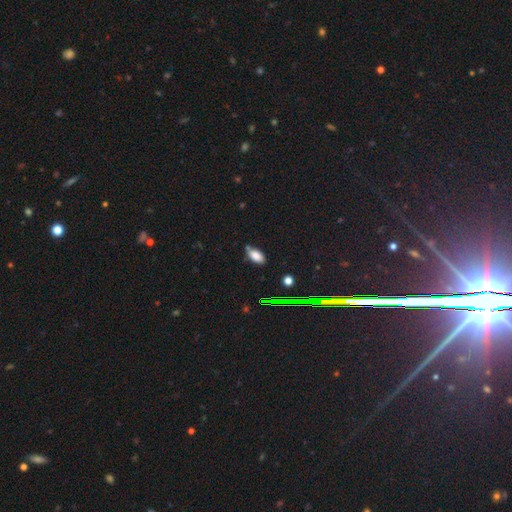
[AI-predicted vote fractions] Smooth or featured: smooth — 82% (star or artifact — 11%)
How rounded: in between — 92% (cigar-shaped — 5%)
Merging: none — 69% (minor disturbance — 22%)